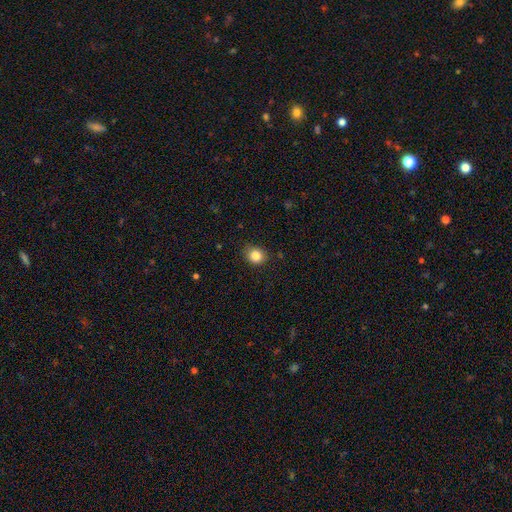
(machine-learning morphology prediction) A smooth galaxy with no disk features (85%) that is round (73%).

Vote fractions:
- Smooth or featured? smooth: 85% / star or artifact: 10% / featured or disk: 5%
- How rounded? round: 73% / in between: 26% / cigar-shaped: 1%
- Merging? none: 85% / minor disturbance: 12% / major disturbance: 2% / merger: 1%